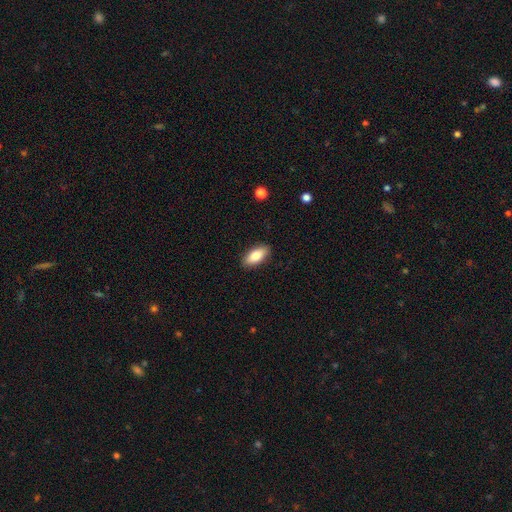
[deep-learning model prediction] Smooth or featured: smooth — 83% (featured or disk — 11%)
How rounded: in between — 87% (cigar-shaped — 11%)
Merging: none — 89% (minor disturbance — 8%)